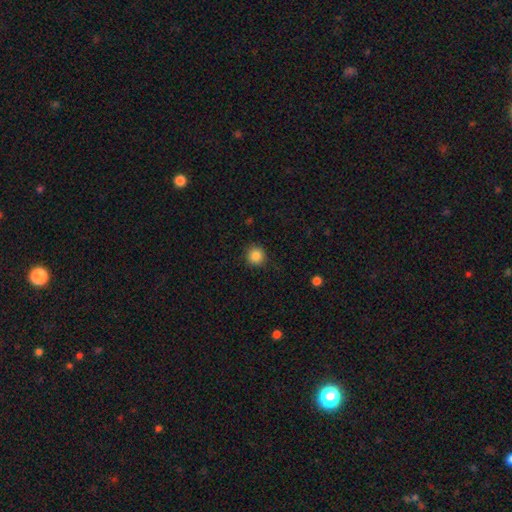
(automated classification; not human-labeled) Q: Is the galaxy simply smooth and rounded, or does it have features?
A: smooth — 86%.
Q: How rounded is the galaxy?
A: round — 93%.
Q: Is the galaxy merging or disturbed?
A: none — 89%.